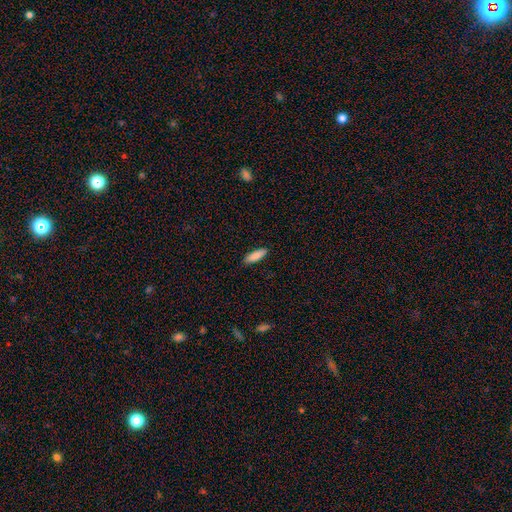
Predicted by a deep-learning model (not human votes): smooth 87%, featured or disk 7%, star or artifact 6%. Down the decision tree: how rounded — cigar-shaped (51%); merging — none (89%).